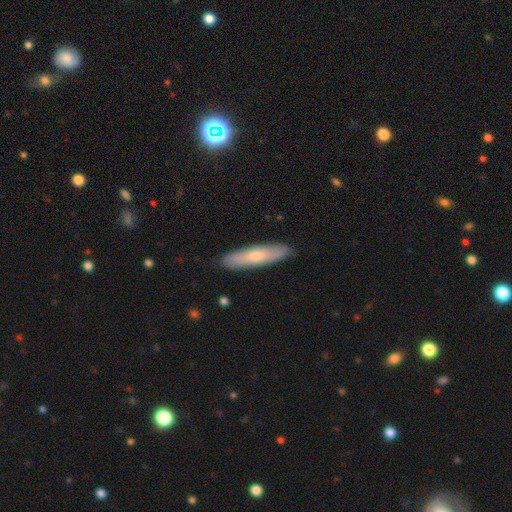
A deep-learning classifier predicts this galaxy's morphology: Q: Smooth or featured?
A: smooth (60%); runner-up: featured or disk (34%)
Q: How rounded?
A: cigar-shaped (82%); runner-up: in between (16%)
Q: Merging?
A: none (90%); runner-up: minor disturbance (8%)